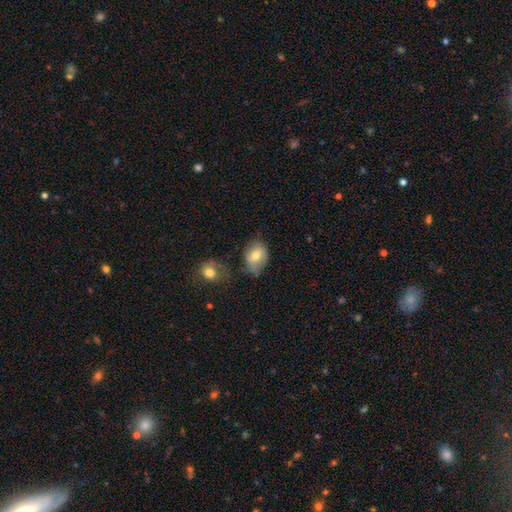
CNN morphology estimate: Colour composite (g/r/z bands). It shows a smooth galaxy with no disk features (73%) that is in between round and cigar-shaped (71%). Merging: none (52%).